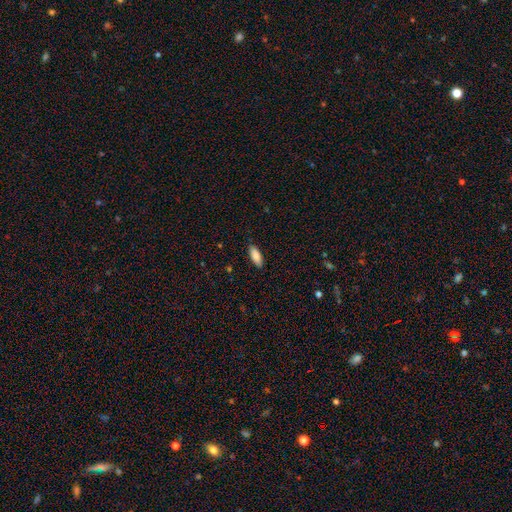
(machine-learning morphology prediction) A smooth galaxy with no disk features (87%) that is in between round and cigar-shaped (77%). Merging: none (88%).